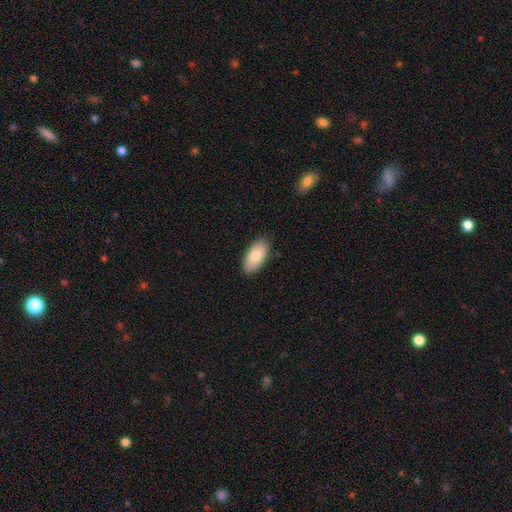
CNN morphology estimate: Q: Smooth or featured?
A: smooth (82%); runner-up: featured or disk (11%)
Q: How rounded?
A: in between (93%); runner-up: cigar-shaped (4%)
Q: Merging?
A: none (87%); runner-up: minor disturbance (10%)